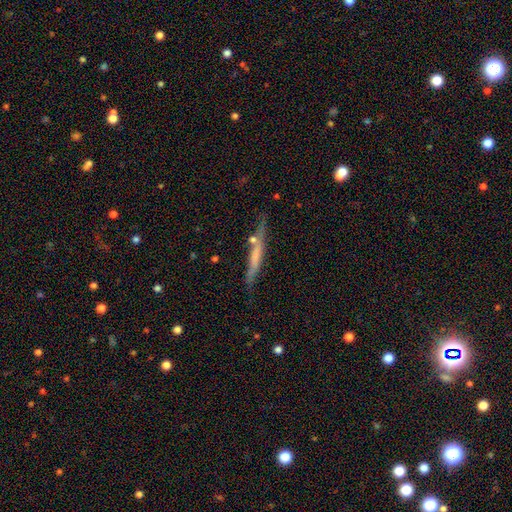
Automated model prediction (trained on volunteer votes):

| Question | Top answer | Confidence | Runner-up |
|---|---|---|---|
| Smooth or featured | featured or disk | 48% | smooth (46%) |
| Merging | none | 72% | minor disturbance (18%) |